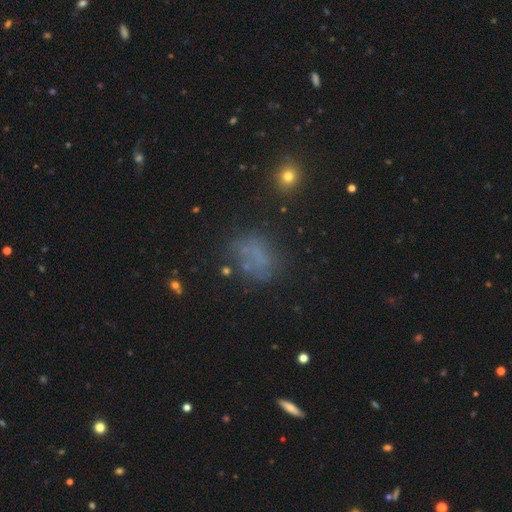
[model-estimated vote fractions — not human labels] Overall: smooth (49%; featured or disk 26%). Merging: none (56%; minor disturbance 20%).